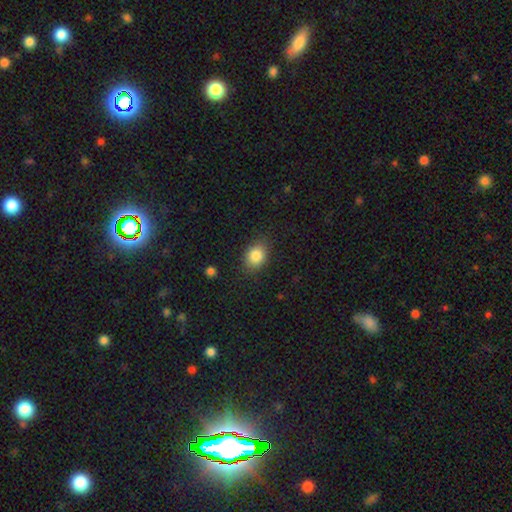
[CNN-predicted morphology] smooth 85%, star or artifact 9%, featured or disk 6%. Down the decision tree: how rounded — in between (60%); merging — none (82%).